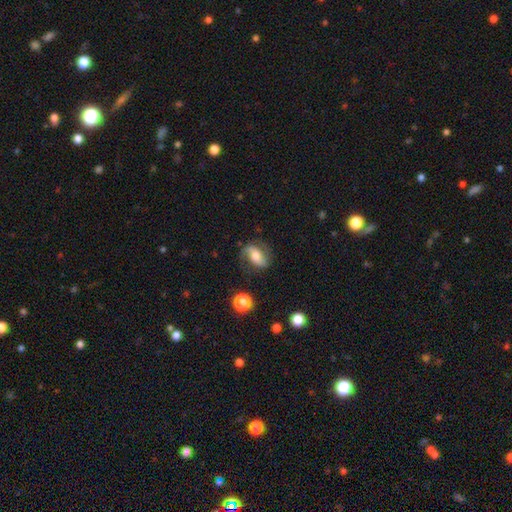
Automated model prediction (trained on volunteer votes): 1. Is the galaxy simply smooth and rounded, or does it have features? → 62% featured or disk, 30% smooth, 8% star or artifact.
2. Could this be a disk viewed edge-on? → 94% no, 6% yes.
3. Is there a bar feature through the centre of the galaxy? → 40% no, 32% weak, 28% strong.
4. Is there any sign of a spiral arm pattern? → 88% yes, 12% no.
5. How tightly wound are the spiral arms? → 54% loose, 33% medium, 13% tight.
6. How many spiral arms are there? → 85% 2, 7% 1, 5% can't tell, 1% 3, 1% 4, 1% more than 4.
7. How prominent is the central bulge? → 65% moderate, 19% small, 12% large, 2% none, 2% dominant.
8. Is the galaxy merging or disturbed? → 71% none, 18% minor disturbance, 9% major disturbance, 2% merger.